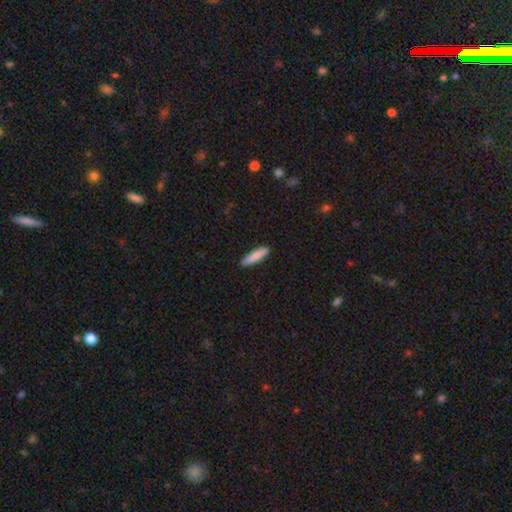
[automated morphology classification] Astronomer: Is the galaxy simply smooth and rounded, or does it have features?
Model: smooth — 85%.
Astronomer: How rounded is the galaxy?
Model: cigar-shaped — 81%.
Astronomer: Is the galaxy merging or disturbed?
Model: none — 90%.